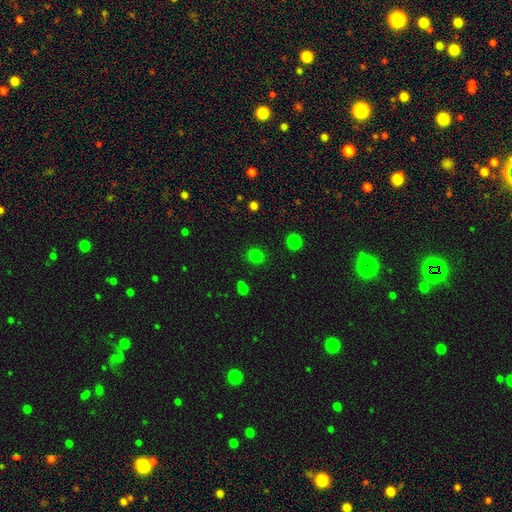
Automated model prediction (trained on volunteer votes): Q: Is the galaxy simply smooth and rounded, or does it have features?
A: smooth — 79%.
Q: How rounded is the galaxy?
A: round — 86%.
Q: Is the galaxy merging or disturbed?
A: none — 88%.